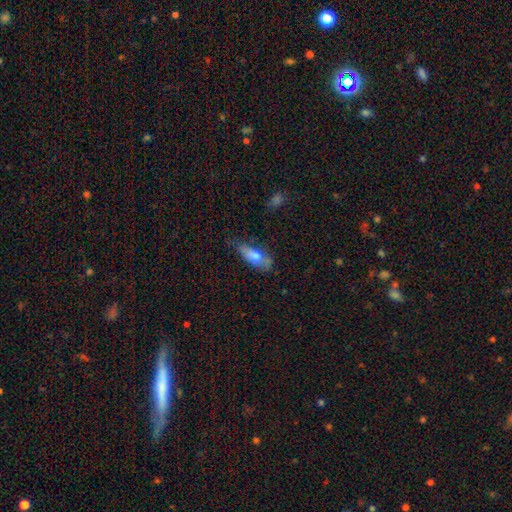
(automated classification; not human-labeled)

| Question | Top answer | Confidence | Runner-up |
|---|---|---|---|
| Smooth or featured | smooth | 69% | featured or disk (24%) |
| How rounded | in between | 74% | cigar-shaped (23%) |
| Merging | none | 45% | minor disturbance (35%) |